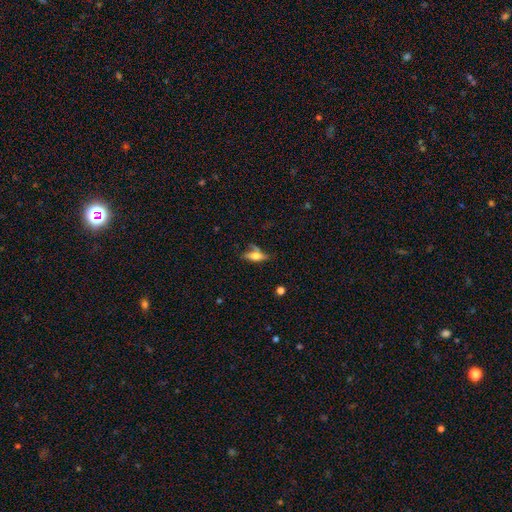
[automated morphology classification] Smooth or featured? Predicted: smooth (p=0.52). How rounded? Predicted: in between (p=0.51). Merging? Predicted: none (p=0.48).